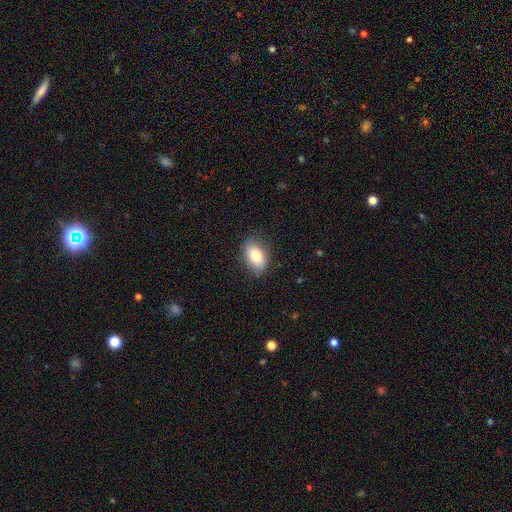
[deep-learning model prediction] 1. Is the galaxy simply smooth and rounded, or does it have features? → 83% smooth, 10% featured or disk, 8% star or artifact.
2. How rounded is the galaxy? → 89% in between, 9% round, 2% cigar-shaped.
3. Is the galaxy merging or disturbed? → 81% none, 15% minor disturbance, 3% major disturbance, 1% merger.